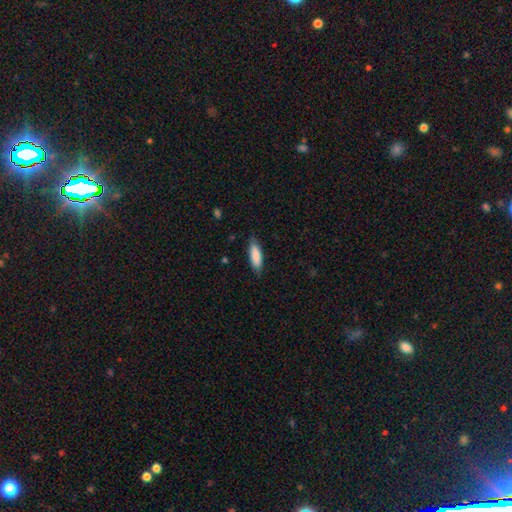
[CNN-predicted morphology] The model was most divided on "how rounded": in between: 54%, cigar-shaped: 44%, round: 1%. More confident: smooth or featured — smooth (85%); merging — none (82%).